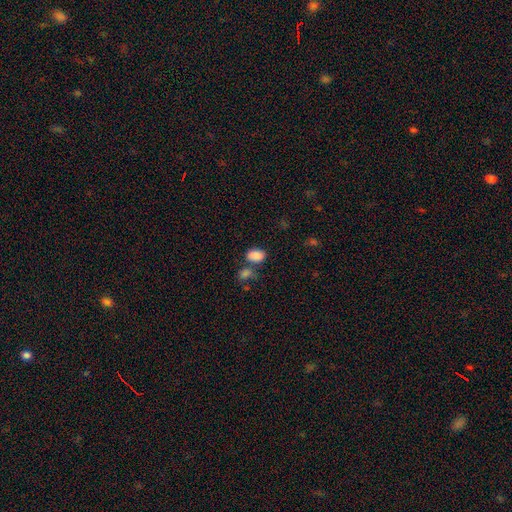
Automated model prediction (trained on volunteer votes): Smooth or featured?
  - smooth: 86% *
  - star or artifact: 9%
  - featured or disk: 5%
How rounded?
  - in between: 87% *
  - round: 12%
  - cigar-shaped: 1%
Merging?
  - none: 58% *
  - merger: 23%
  - minor disturbance: 14%
  - major disturbance: 5%